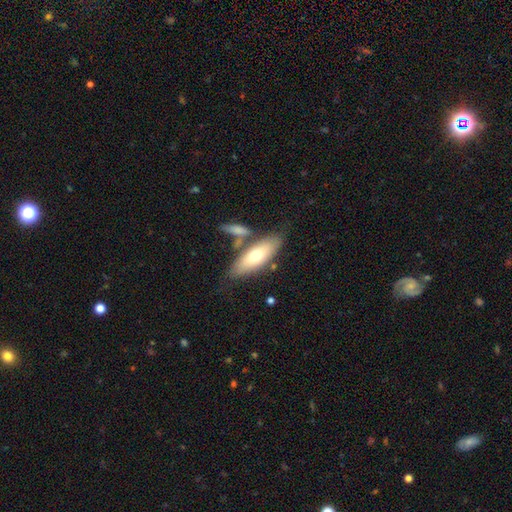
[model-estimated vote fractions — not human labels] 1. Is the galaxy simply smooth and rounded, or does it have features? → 64% smooth, 30% featured or disk, 6% star or artifact.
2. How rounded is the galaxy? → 71% in between, 27% cigar-shaped, 2% round.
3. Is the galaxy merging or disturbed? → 63% none, 19% merger, 14% minor disturbance, 4% major disturbance.